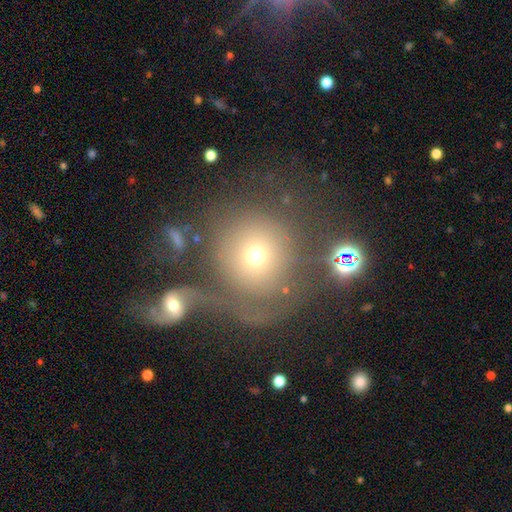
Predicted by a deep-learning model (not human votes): Morphology: type=smooth (61%); roundness=round (89%); merging=none (36%).